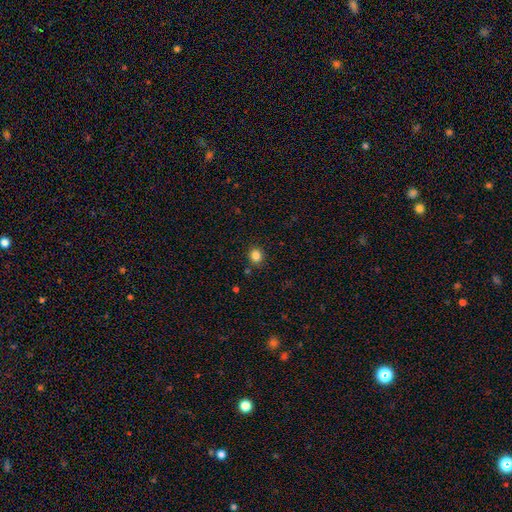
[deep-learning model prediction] A smooth galaxy with no disk features (84%) that is round (80%).

Vote fractions:
- Smooth or featured? smooth: 84% / star or artifact: 12% / featured or disk: 4%
- How rounded? round: 80% / in between: 19% / cigar-shaped: 1%
- Merging? none: 88% / minor disturbance: 8% / merger: 2% / major disturbance: 2%